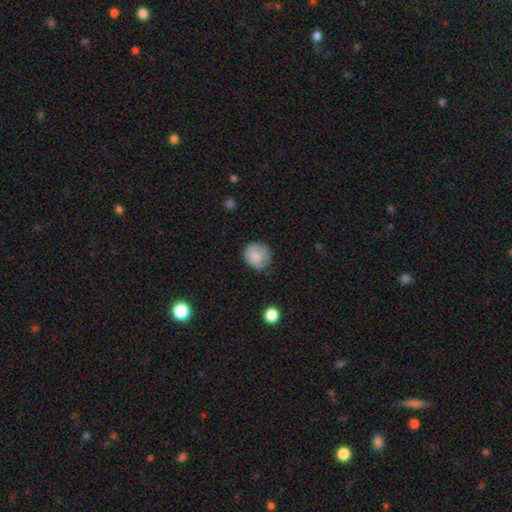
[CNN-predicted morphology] type=smooth (82%); roundness=round (87%); merging=none (75%).